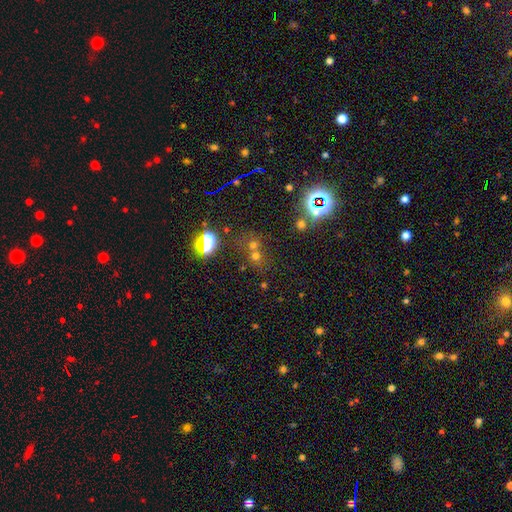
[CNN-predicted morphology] A star or artifact, not a galaxy (45%).

Vote fractions:
- Smooth or featured? star or artifact: 45% / smooth: 44% / featured or disk: 11%